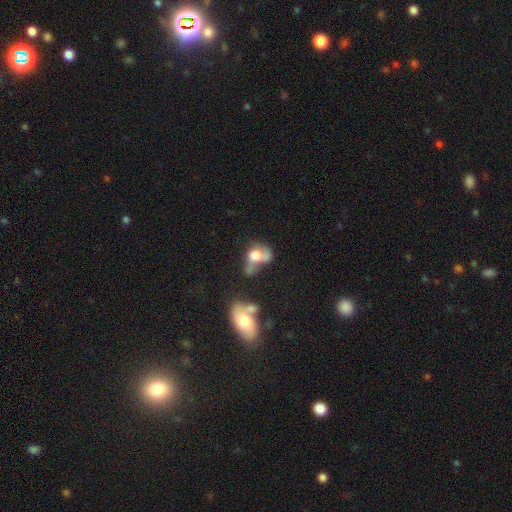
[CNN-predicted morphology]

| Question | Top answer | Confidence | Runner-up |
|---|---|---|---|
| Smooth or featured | smooth | 51% | featured or disk (38%) |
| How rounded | in between | 67% | round (31%) |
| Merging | merger | 41% | major disturbance (31%) |